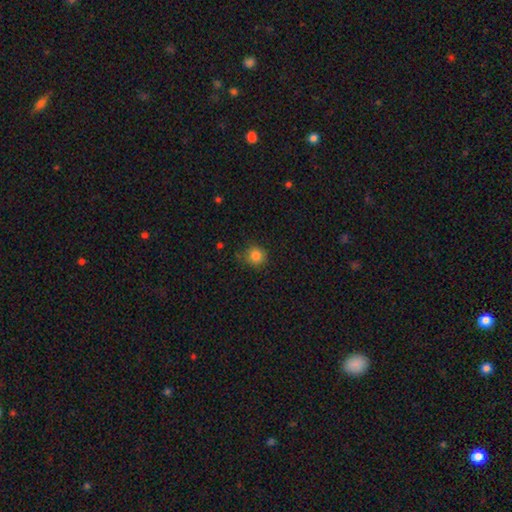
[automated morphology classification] A smooth galaxy with no disk features (85%) that is round (90%). Merging: none (80%).